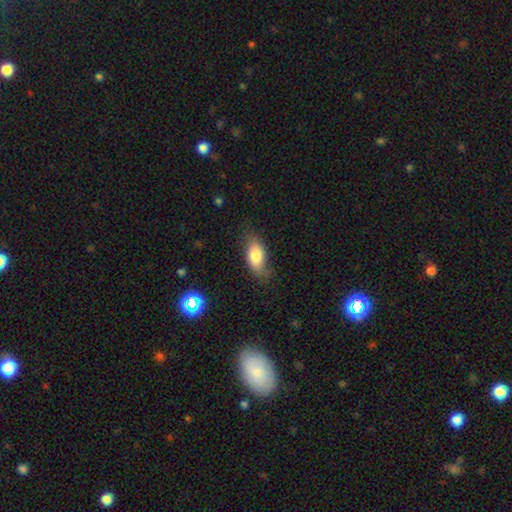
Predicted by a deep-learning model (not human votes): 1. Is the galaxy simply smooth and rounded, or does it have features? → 76% smooth, 16% featured or disk, 8% star or artifact.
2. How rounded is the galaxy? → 87% in between, 8% cigar-shaped, 5% round.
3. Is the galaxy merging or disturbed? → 62% none, 28% minor disturbance, 9% major disturbance, 2% merger.